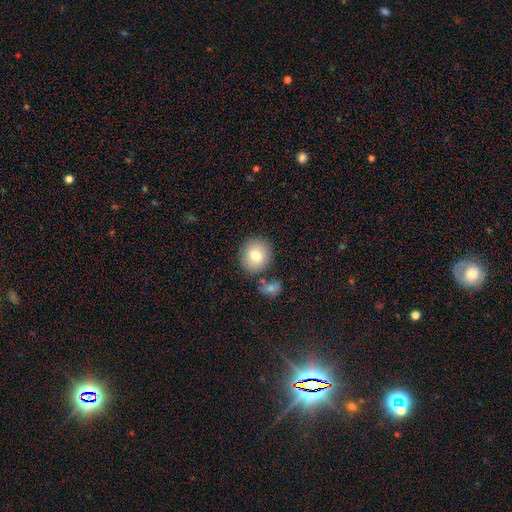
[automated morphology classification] A smooth galaxy with no disk features (79%) that is round (85%). Merging: none (76%).